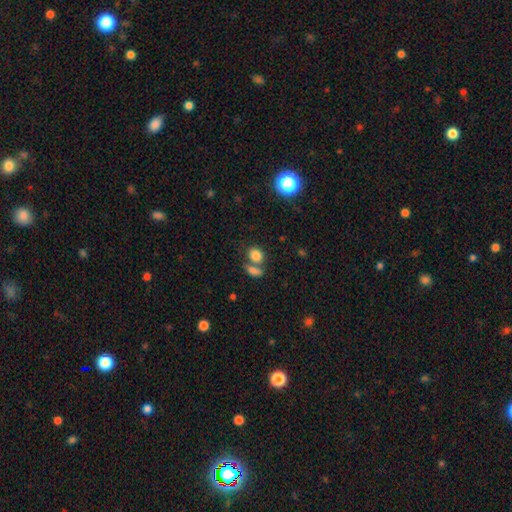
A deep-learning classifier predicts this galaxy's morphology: Smooth or featured: smooth — 82% (star or artifact — 11%)
How rounded: in between — 55% (round — 42%)
Merging: none — 47% (merger — 39%)